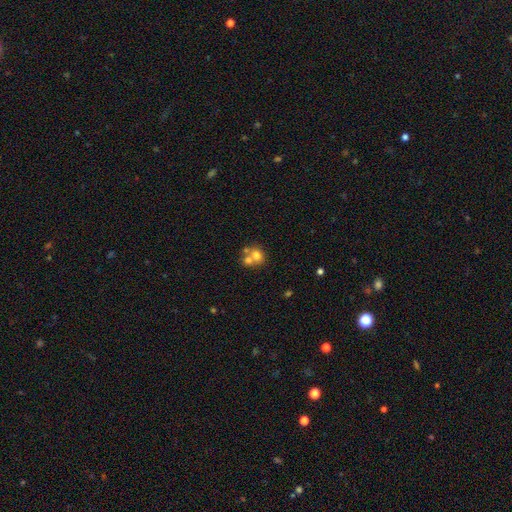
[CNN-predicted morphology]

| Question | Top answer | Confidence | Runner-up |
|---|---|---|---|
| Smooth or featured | smooth | 67% | featured or disk (21%) |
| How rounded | round | 65% | in between (34%) |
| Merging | merger | 54% | none (34%) |